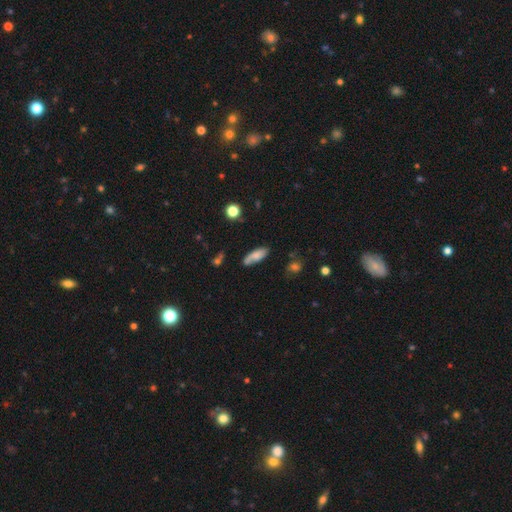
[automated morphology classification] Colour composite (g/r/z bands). It shows a smooth galaxy with no disk features (71%) that is in between round and cigar-shaped (68%). Merging: none (62%).